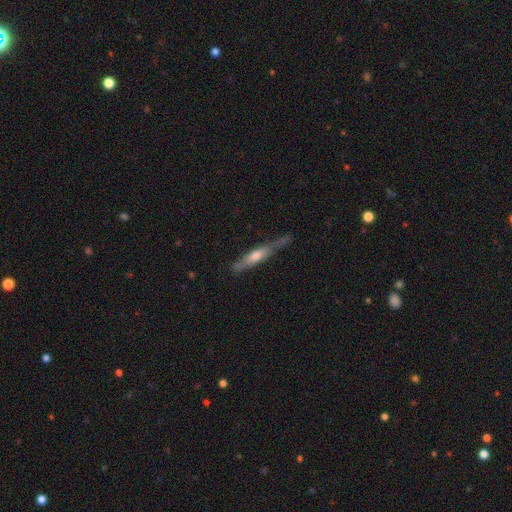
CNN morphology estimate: type=featured or disk (60%); edge-on=yes (81%); merging=none (60%).